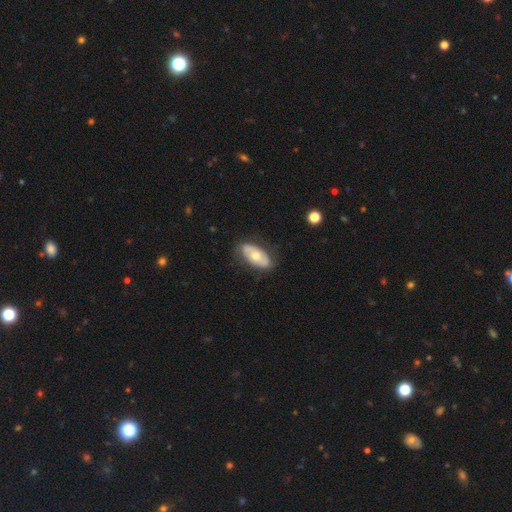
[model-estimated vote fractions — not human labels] This appears to be a smooth galaxy with no disk features (49%). Merging: none (76%).